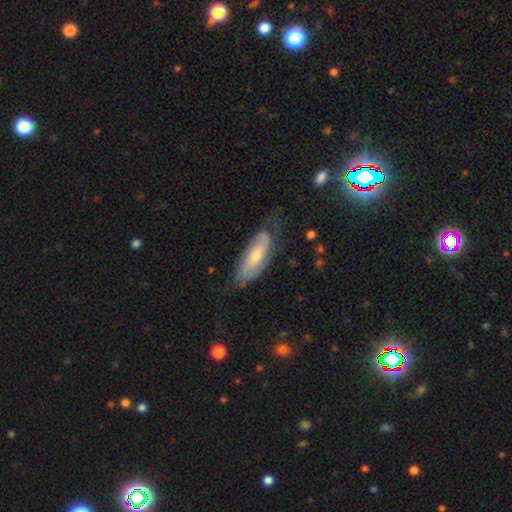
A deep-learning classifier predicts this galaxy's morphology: Smooth or featured? featured or disk (59%)
Edge-on disk? no (84%)
Merging? none (60%)